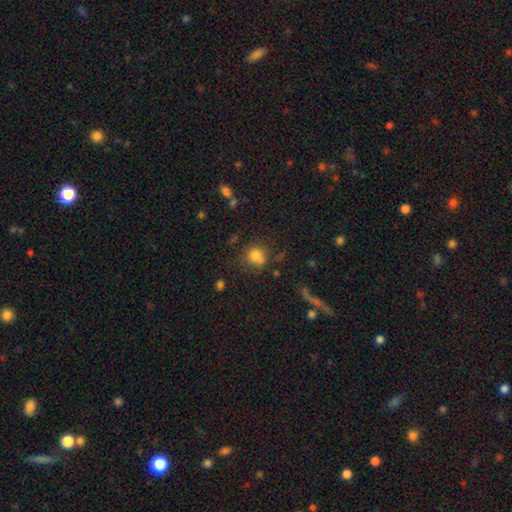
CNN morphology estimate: Smooth or featured?
  - smooth: 78% *
  - star or artifact: 13%
  - featured or disk: 9%
How rounded?
  - round: 80% *
  - in between: 19%
  - cigar-shaped: 1%
Merging?
  - none: 62% *
  - minor disturbance: 18%
  - merger: 12%
  - major disturbance: 8%